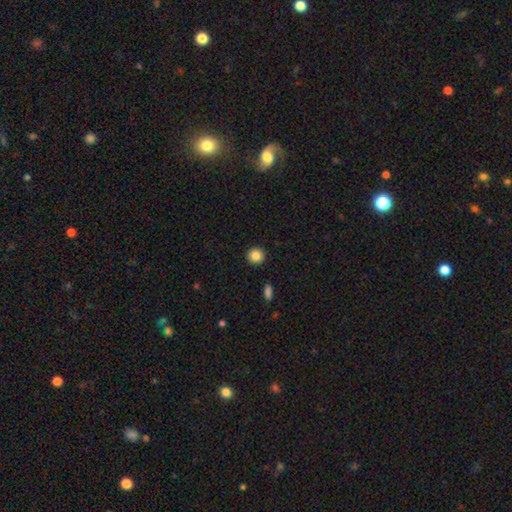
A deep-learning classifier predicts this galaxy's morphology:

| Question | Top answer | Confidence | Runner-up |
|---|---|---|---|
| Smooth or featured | smooth | 84% | star or artifact (9%) |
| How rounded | round | 91% | in between (8%) |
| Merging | none | 92% | minor disturbance (5%) |